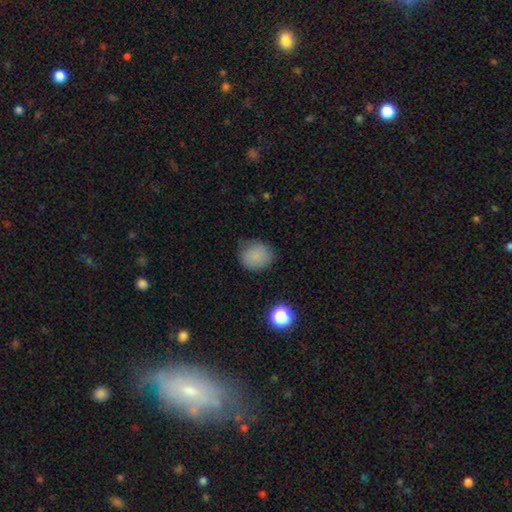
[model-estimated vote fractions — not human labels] A smooth galaxy with no disk features (84%) that is round (79%). Merging: none (81%).